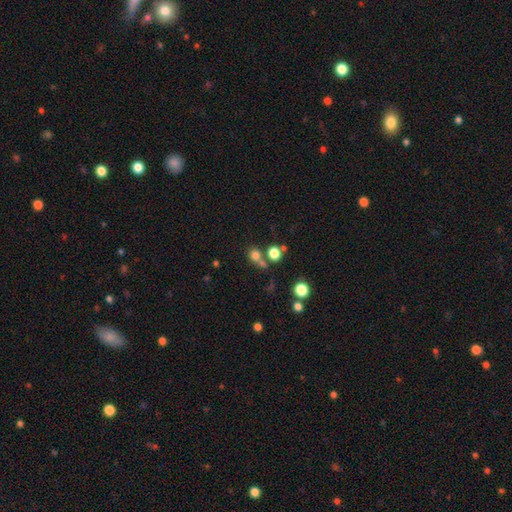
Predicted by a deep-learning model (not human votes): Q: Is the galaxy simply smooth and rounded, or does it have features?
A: smooth — 74%.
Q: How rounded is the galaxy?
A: round — 80%.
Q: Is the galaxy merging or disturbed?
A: none — 52%.